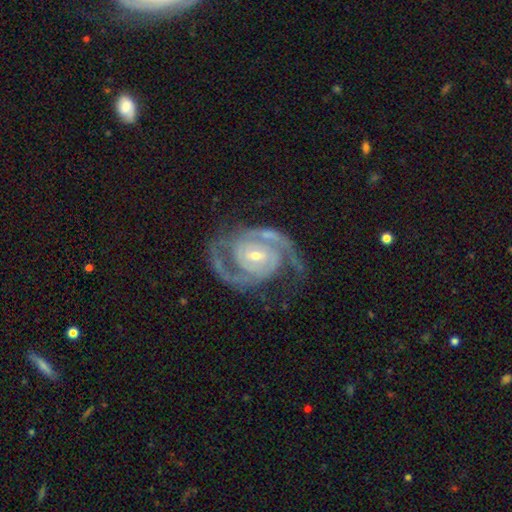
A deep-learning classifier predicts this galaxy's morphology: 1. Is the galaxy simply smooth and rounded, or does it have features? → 92% featured or disk, 4% star or artifact, 3% smooth.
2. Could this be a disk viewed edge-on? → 98% no, 2% yes.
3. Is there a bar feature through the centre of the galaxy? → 43% weak, 40% no, 17% strong.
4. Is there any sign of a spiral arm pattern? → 98% yes, 2% no.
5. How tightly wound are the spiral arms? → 46% tight, 45% medium, 9% loose.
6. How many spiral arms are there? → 85% 2, 6% 3, 4% can't tell, 2% 1, 2% 4, 2% more than 4.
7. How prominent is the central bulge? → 55% small, 41% moderate, 2% large, 1% none, 1% dominant.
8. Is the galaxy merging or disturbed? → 69% none, 17% minor disturbance, 11% major disturbance, 3% merger.